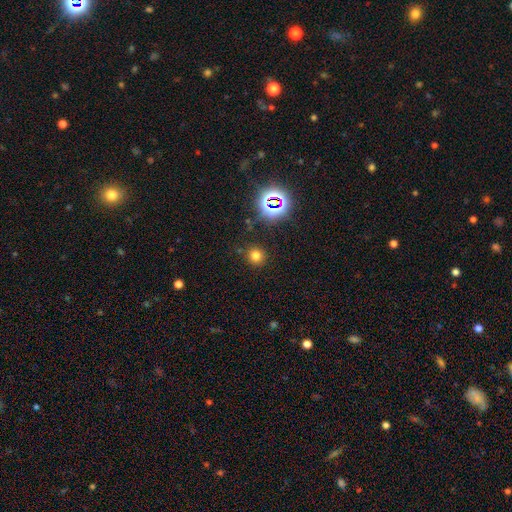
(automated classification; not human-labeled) Overall: smooth (70%). How rounded: round (92%). Merging: none (88%).